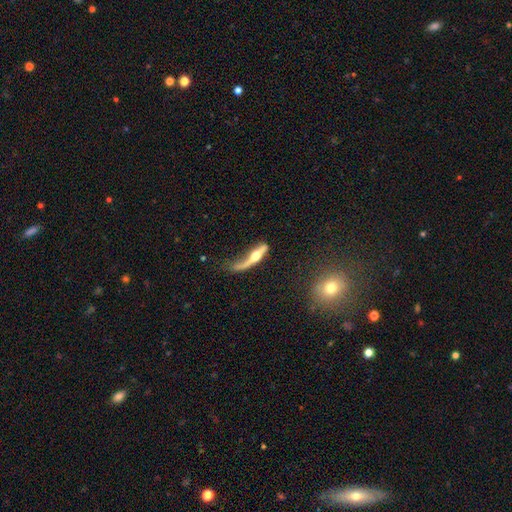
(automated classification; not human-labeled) A featured or disk galaxy (61%) viewed edge-on (74%). Merging: major disturbance (36%).